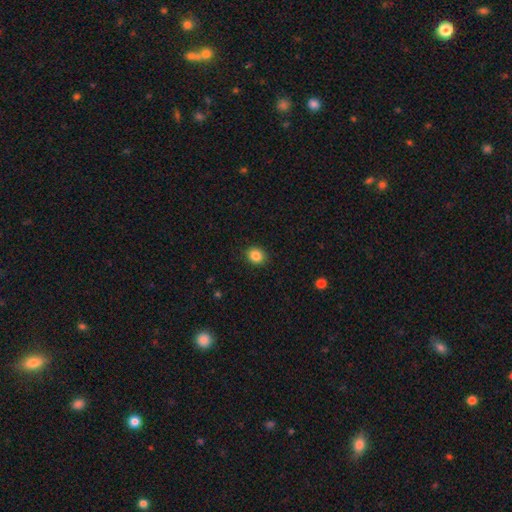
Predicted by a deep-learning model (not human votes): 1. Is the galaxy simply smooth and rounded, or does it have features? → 86% smooth, 10% star or artifact, 4% featured or disk.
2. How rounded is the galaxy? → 70% round, 29% in between, 1% cigar-shaped.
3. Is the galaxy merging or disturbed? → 91% none, 7% minor disturbance, 2% major disturbance, 1% merger.